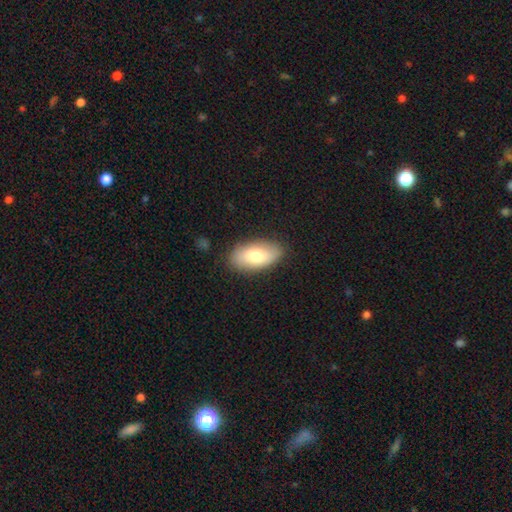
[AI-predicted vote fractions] Smooth or featured: smooth — 74% (featured or disk — 20%)
How rounded: in between — 92% (cigar-shaped — 5%)
Merging: none — 85% (minor disturbance — 12%)